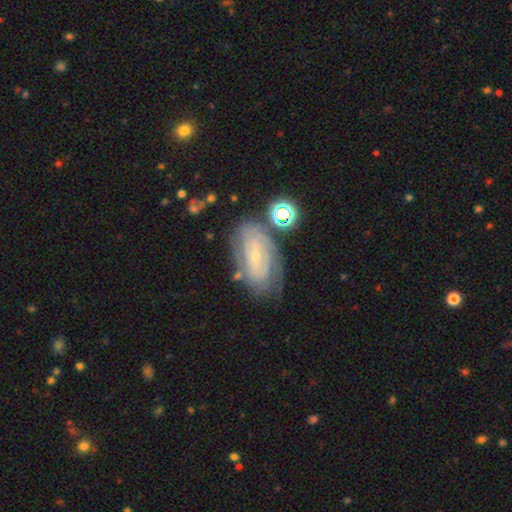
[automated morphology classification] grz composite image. It shows a featured or disk galaxy (74%) with no bar (56%), tight (68%) spiral arms (85%) and a small central bulge (81%). Merging: none (65%).